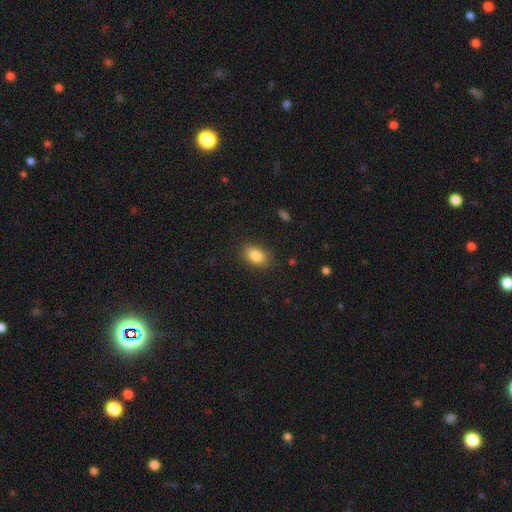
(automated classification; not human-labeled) Smooth or featured? Predicted: smooth (p=0.84). How rounded? Predicted: in between (p=0.85). Merging? Predicted: none (p=0.81).